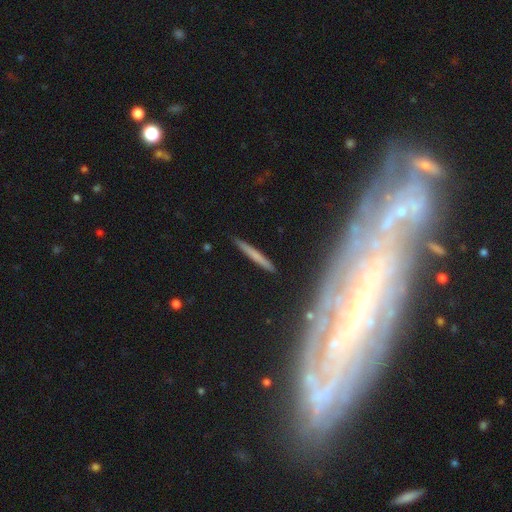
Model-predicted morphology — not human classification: Smooth or featured? smooth (55%)
How rounded? cigar-shaped (95%)
Merging? none (88%)